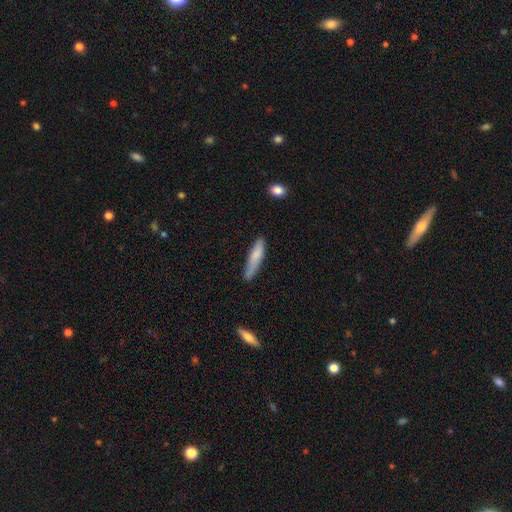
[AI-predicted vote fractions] Smooth or featured? Predicted: smooth (p=0.75). How rounded? Predicted: cigar-shaped (p=0.85). Merging? Predicted: none (p=0.67).